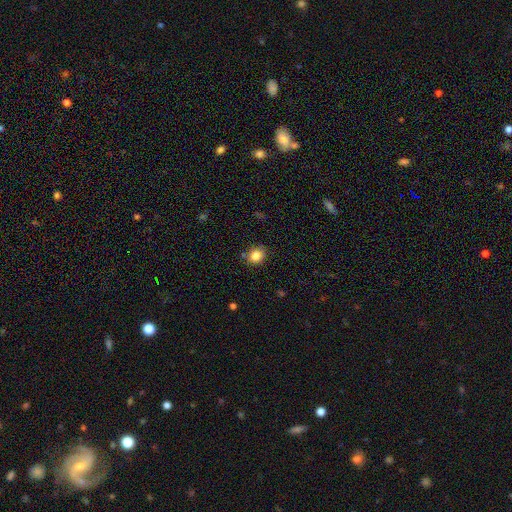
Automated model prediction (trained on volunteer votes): A smooth galaxy with no disk features (84%) that is round (74%). Merging: none (82%).